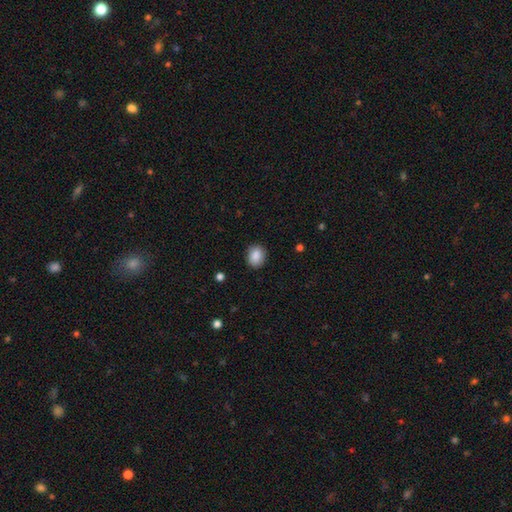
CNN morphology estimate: Smooth or featured? smooth (88%)
How rounded? round (53%)
Merging? none (87%)